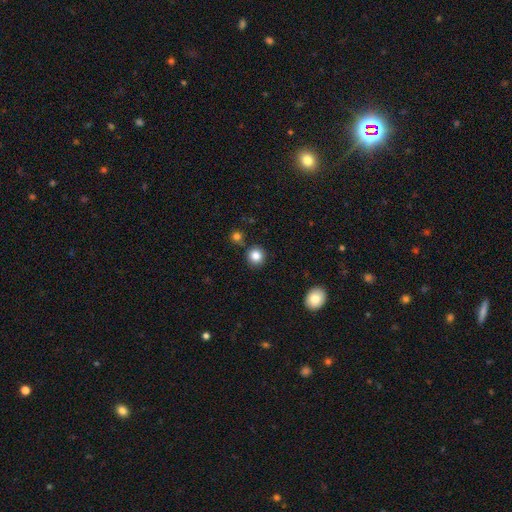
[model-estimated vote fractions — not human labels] smooth 84%, star or artifact 11%, featured or disk 5%. Down the decision tree: how rounded — round (93%); merging — none (85%).